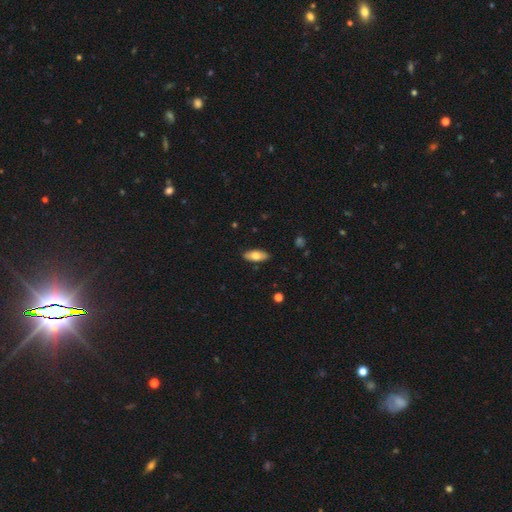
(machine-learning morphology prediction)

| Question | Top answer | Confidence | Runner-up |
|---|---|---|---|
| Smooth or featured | smooth | 72% | featured or disk (22%) |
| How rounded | in between | 81% | cigar-shaped (16%) |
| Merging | none | 88% | minor disturbance (9%) |